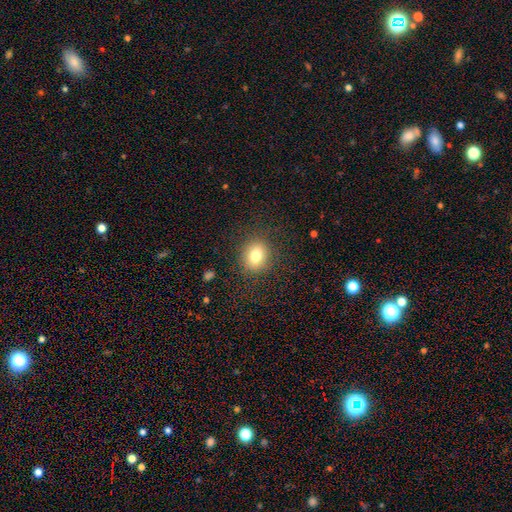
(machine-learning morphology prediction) A smooth galaxy with no disk features (80%) that is round (72%). Merging: none (86%).